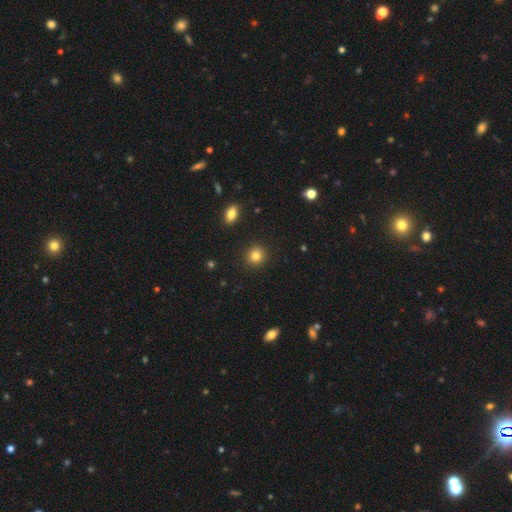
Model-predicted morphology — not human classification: Smooth or featured: smooth — 83% (star or artifact — 11%)
How rounded: round — 89% (in between — 10%)
Merging: none — 92% (minor disturbance — 5%)